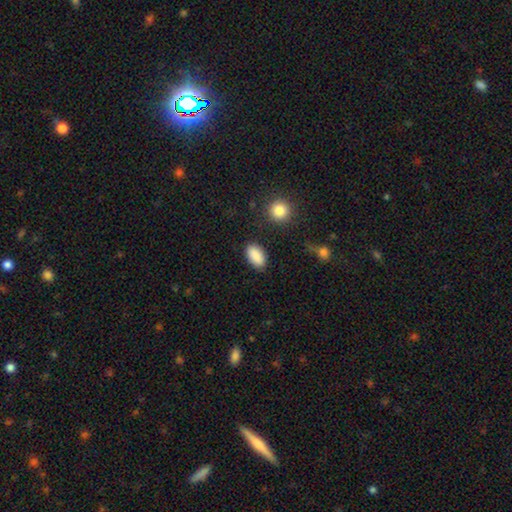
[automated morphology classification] A smooth galaxy with no disk features (90%) that is in between round and cigar-shaped (93%). Merging: none (84%).